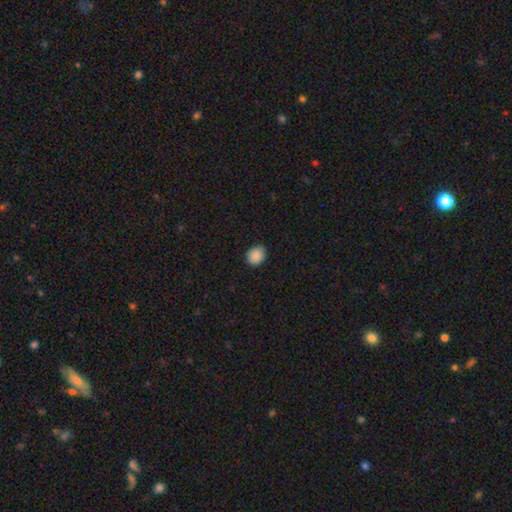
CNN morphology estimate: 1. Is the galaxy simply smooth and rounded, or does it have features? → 89% smooth, 8% star or artifact, 3% featured or disk.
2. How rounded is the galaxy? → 63% round, 36% in between, 1% cigar-shaped.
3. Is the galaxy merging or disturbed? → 86% none, 11% minor disturbance, 2% major disturbance, 1% merger.